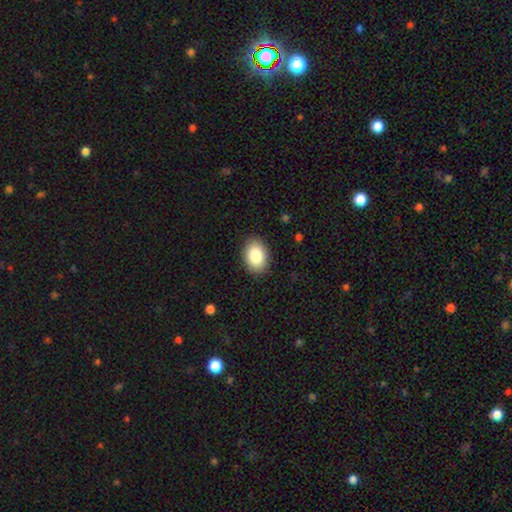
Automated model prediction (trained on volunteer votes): Morphology: type=smooth (85%); roundness=in between (81%); merging=none (89%).